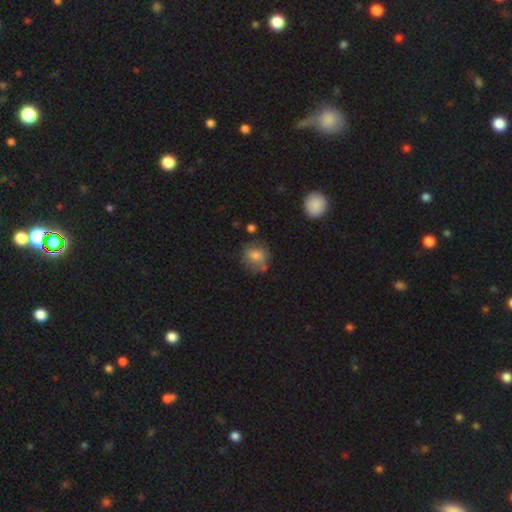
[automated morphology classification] Smooth or featured: smooth — 75% (featured or disk — 15%)
How rounded: round — 74% (in between — 25%)
Merging: none — 66% (minor disturbance — 21%)